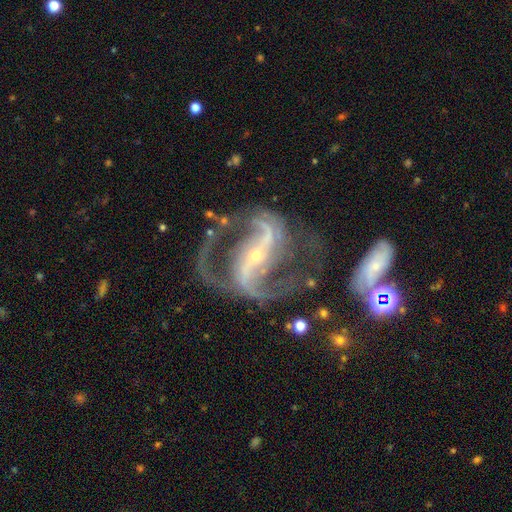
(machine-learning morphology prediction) Smooth or featured? featured or disk (92%)
Edge-on disk? no (97%)
Bar? strong (66%)
Spiral arms? yes (98%)
Spiral winding? medium (53%)
Spiral arm count? 2 (89%)
Bulge size? small (75%)
Merging? none (61%)